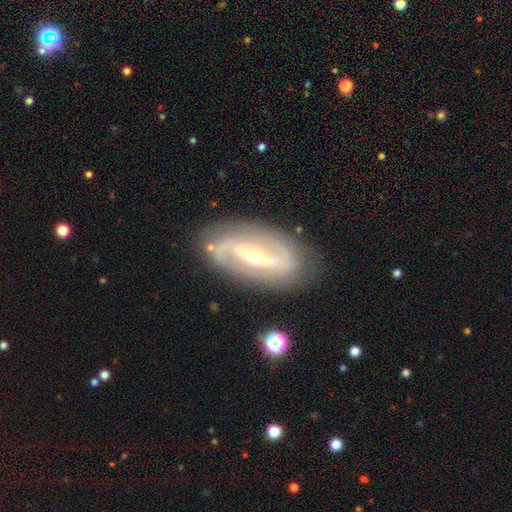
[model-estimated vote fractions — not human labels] Overall: featured or disk (86%). Edge-on disk: no (93%). Bar: strong (47%; weak 31%). Spiral arms: yes (90%). Spiral arm count: 2 (86%). Spiral winding: medium (43%; tight 32%). Bulge size: moderate (49%; small 47%). Merging: none (83%).